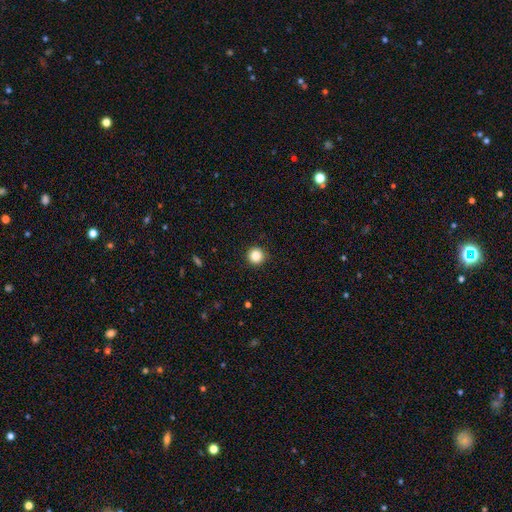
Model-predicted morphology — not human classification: type=smooth (85%); roundness=round (96%); merging=none (93%).